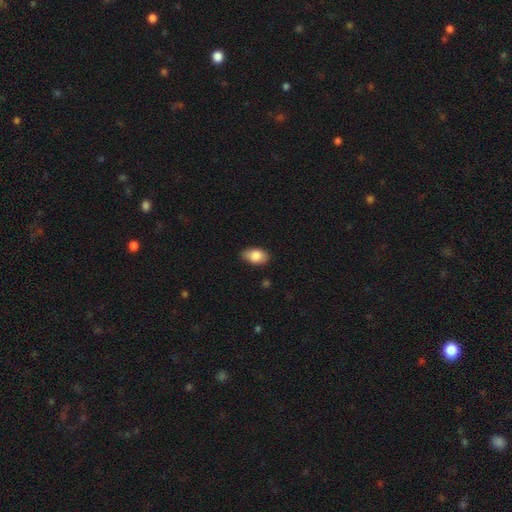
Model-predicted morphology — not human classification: Smooth or featured?
  - smooth: 84% *
  - featured or disk: 9%
  - star or artifact: 7%
How rounded?
  - in between: 90% *
  - round: 8%
  - cigar-shaped: 2%
Merging?
  - none: 78% *
  - minor disturbance: 18%
  - major disturbance: 3%
  - merger: 1%